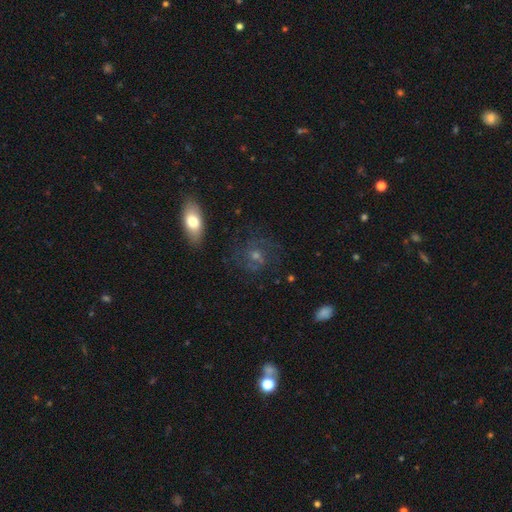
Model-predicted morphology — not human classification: Smooth or featured: featured or disk — 62% (smooth — 20%)
Edge-on disk: no — 95% (yes — 5%)
Bar: no — 64% (weak — 30%)
Spiral arms: yes — 86% (no — 14%)
Spiral winding: medium — 45% (tight — 40%)
Spiral arm count: 2 — 56% (can't tell — 24%)
Bulge size: moderate — 45% (small — 42%)
Merging: none — 75% (minor disturbance — 14%)